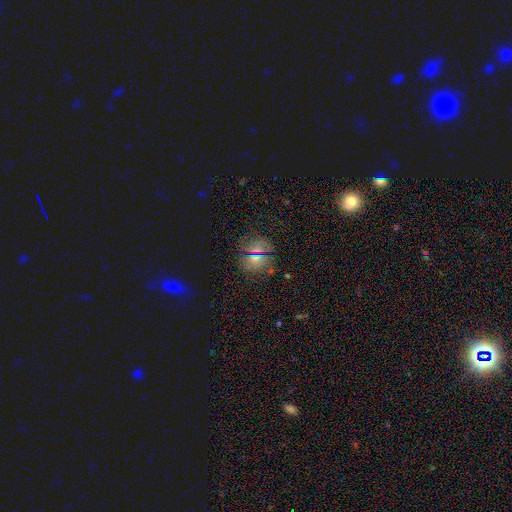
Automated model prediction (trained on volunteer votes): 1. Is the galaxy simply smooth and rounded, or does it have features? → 49% smooth, 36% star or artifact, 15% featured or disk.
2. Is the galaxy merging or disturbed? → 80% none, 12% minor disturbance, 5% major disturbance, 3% merger.